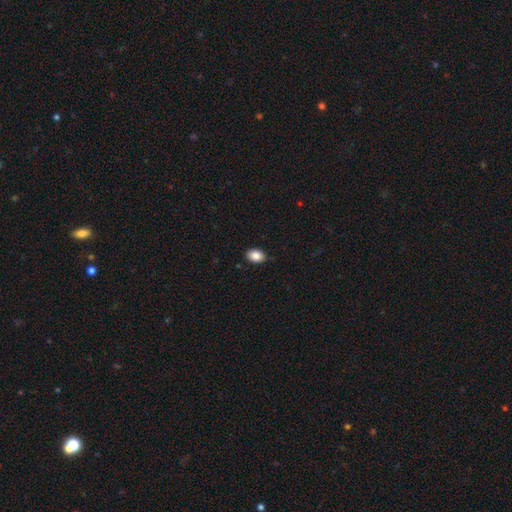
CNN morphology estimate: The model was most divided on "how rounded": in between: 77%, round: 22%, cigar-shaped: 1%. More confident: smooth or featured — smooth (87%); merging — none (86%).